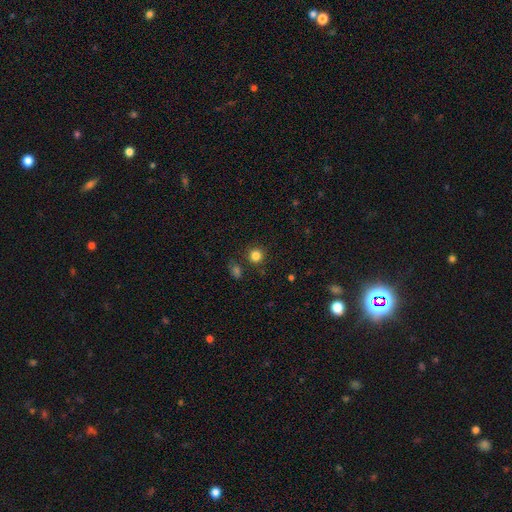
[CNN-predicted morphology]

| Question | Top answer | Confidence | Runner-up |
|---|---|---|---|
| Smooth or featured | smooth | 83% | star or artifact (13%) |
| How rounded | round | 92% | in between (7%) |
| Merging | none | 85% | minor disturbance (8%) |